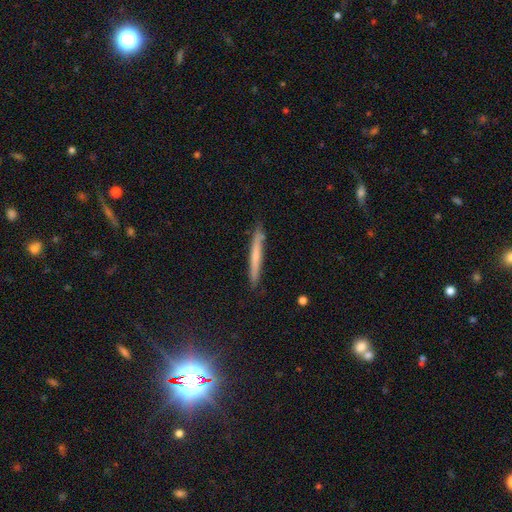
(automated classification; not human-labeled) Smooth or featured: smooth — 54% (featured or disk — 40%)
How rounded: cigar-shaped — 97% (in between — 2%)
Merging: none — 86% (minor disturbance — 11%)